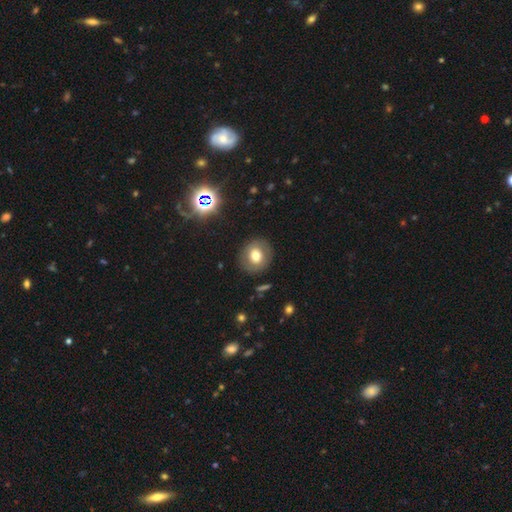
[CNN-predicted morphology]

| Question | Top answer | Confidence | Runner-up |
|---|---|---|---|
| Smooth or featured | smooth | 67% | featured or disk (22%) |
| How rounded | round | 80% | in between (19%) |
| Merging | none | 86% | minor disturbance (9%) |